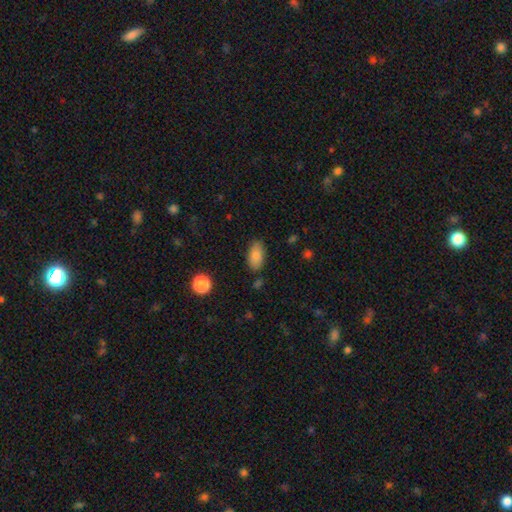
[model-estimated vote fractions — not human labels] Overall: smooth (86%). How rounded: in between (92%). Merging: none (81%).